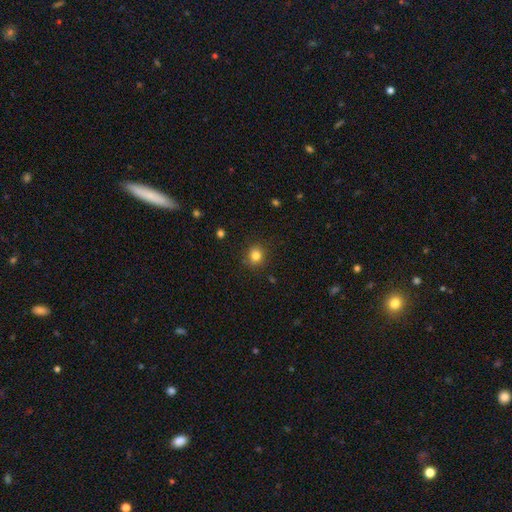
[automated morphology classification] smooth 82%, star or artifact 12%, featured or disk 6%. Down the decision tree: how rounded — round (82%); merging — none (87%).